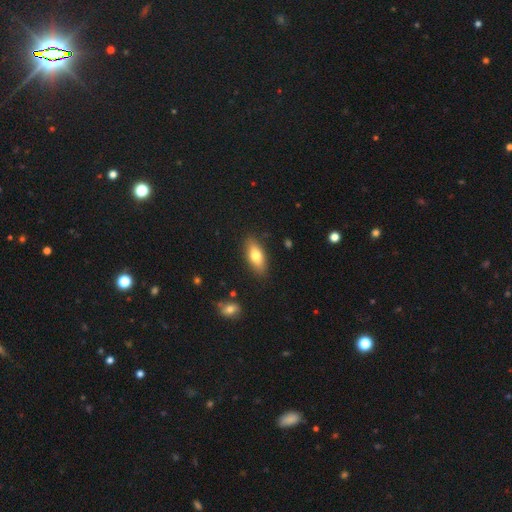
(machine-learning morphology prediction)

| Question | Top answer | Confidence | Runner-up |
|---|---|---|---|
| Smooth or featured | smooth | 73% | featured or disk (20%) |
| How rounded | in between | 78% | cigar-shaped (18%) |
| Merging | none | 85% | minor disturbance (11%) |